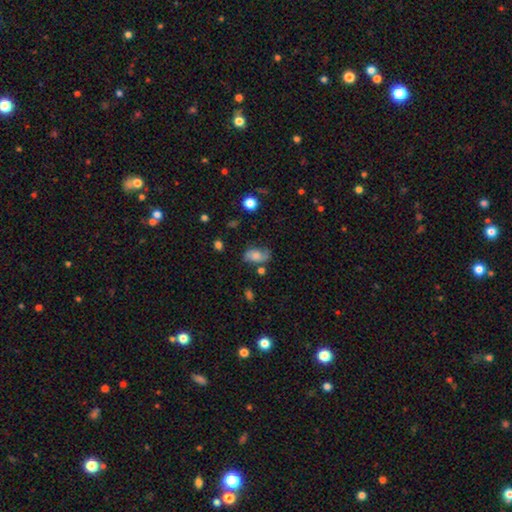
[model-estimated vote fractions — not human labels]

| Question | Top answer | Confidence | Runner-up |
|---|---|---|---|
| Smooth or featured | smooth | 54% | featured or disk (36%) |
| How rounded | in between | 87% | round (10%) |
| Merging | none | 56% | minor disturbance (27%) |